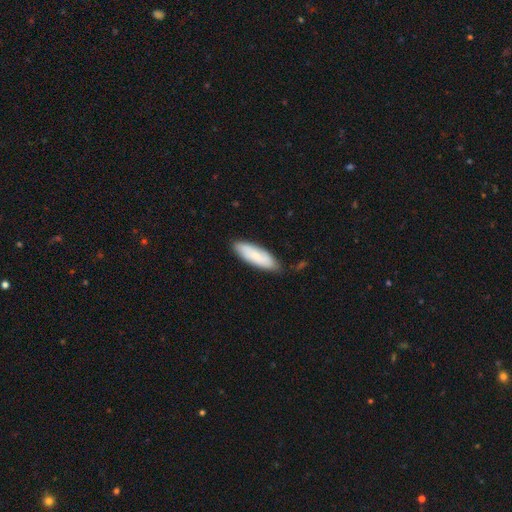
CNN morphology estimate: Smooth or featured?
  - smooth: 75% *
  - featured or disk: 20%
  - star or artifact: 6%
How rounded?
  - in between: 52% *
  - cigar-shaped: 46%
  - round: 2%
Merging?
  - none: 80% *
  - minor disturbance: 16%
  - major disturbance: 2%
  - merger: 2%